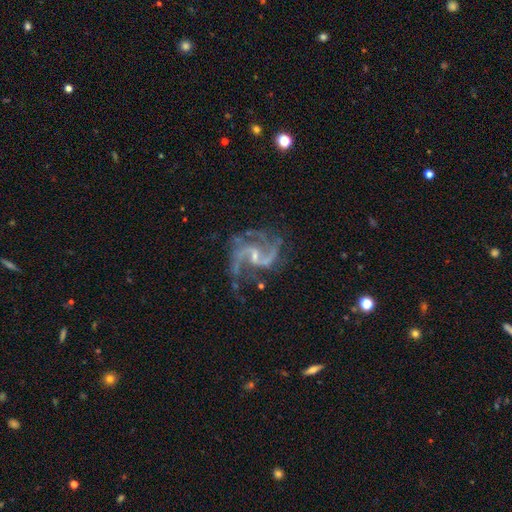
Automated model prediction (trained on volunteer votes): This is clearly a featured or disk galaxy (92%). It is clearly not viewed edge-on (98%). Bar: possibly weak (51%). Spiral arm pattern: clearly yes (98%). Spiral arm count: likely 2 (78%). Spiral winding: possibly loose (46%). Central bulge: likely small (69%). Merging: likely none (63%).